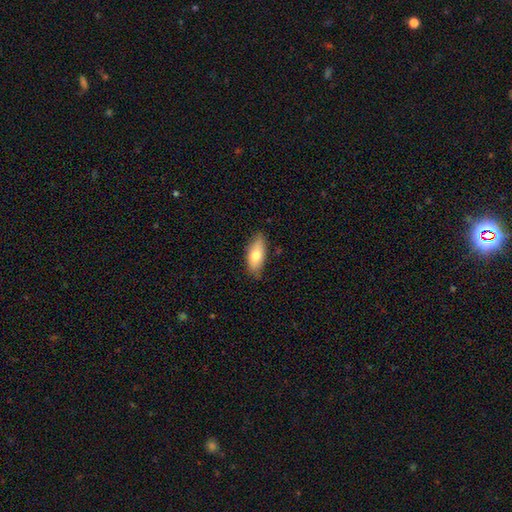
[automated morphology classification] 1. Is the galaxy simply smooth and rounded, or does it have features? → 73% smooth, 21% featured or disk, 6% star or artifact.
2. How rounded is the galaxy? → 83% in between, 14% cigar-shaped, 3% round.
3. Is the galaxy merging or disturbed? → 78% none, 18% minor disturbance, 3% major disturbance, 1% merger.